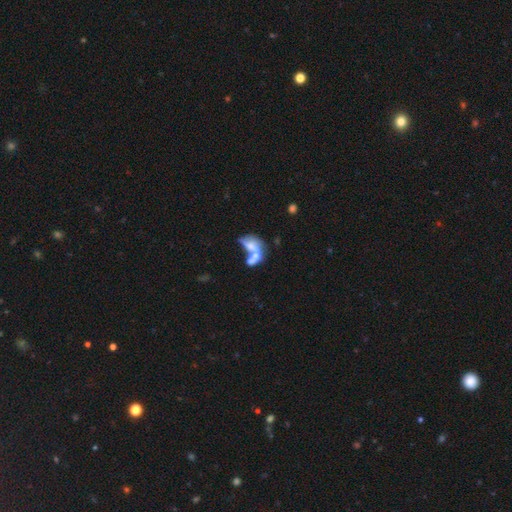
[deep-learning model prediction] A smooth galaxy with no disk features (48%). Merging: merger (67%).